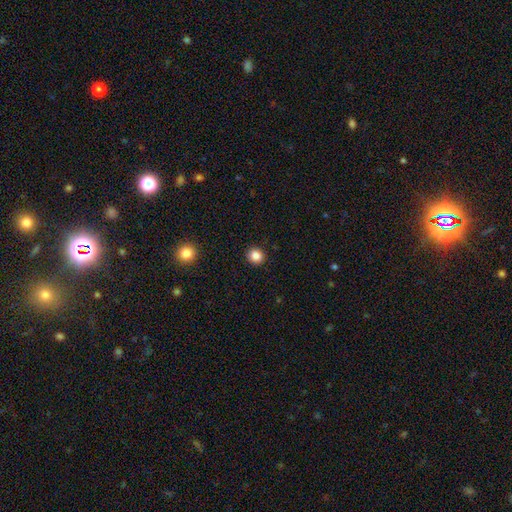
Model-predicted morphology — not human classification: A smooth galaxy with no disk features (86%) that is round (86%). Merging: none (92%).